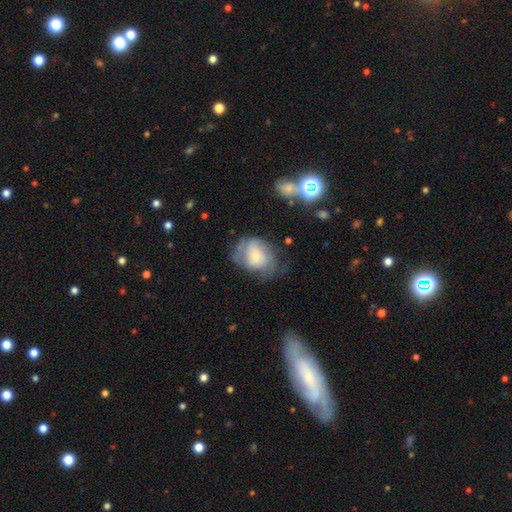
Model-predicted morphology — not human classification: The model was most divided on "smooth or featured": featured or disk: 50%, smooth: 42%, star or artifact: 8%. Remaining: edge-on disk — no (97%); merging — none (47%).